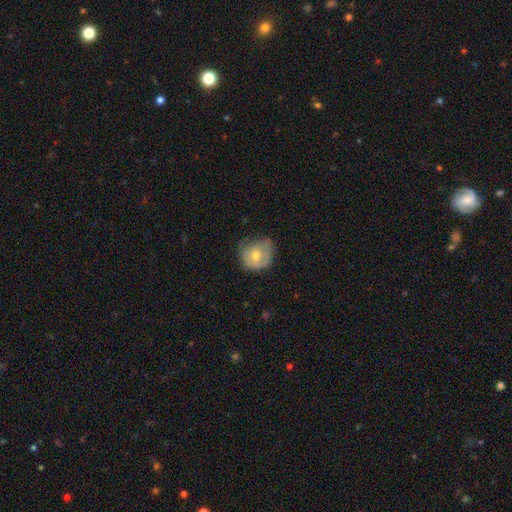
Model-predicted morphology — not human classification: Smooth or featured? smooth (52%)
How rounded? round (74%)
Merging? none (42%)